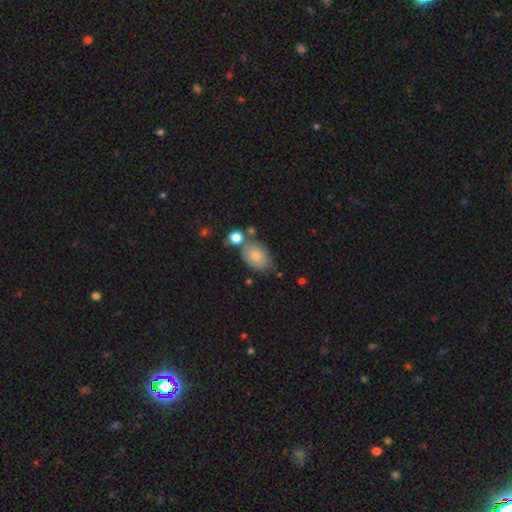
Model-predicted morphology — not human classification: This appears to be a smooth galaxy with no disk features (73%) that is in between round and cigar-shaped (77%). Merging: none (60%).